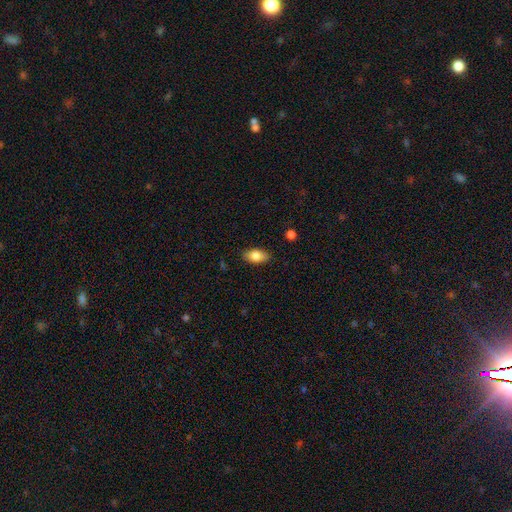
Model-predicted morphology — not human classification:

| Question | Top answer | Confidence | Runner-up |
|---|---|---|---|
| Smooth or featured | smooth | 81% | featured or disk (12%) |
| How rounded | in between | 90% | round (5%) |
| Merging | none | 86% | minor disturbance (11%) |